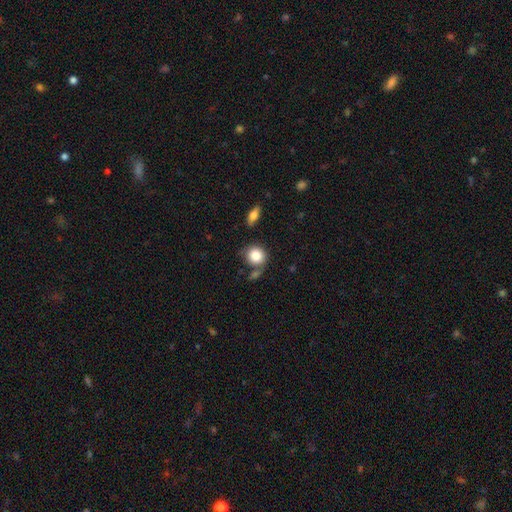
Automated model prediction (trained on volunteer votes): Smooth or featured?
  - smooth: 84% *
  - star or artifact: 8%
  - featured or disk: 8%
How rounded?
  - round: 82% *
  - in between: 17%
  - cigar-shaped: 1%
Merging?
  - none: 63% *
  - minor disturbance: 17%
  - merger: 14%
  - major disturbance: 6%